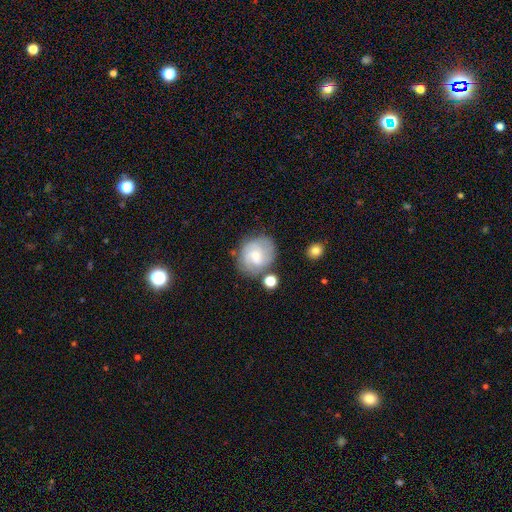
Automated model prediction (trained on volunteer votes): smooth-or-featured: featured or disk: 56% | smooth: 36% | star or artifact: 8%
  disk-edge-on: no: 97% | yes: 3%
    bar: no: 55% | weak: 39% | strong: 6%
    has-spiral-arms: yes: 84% | no: 16%
    bulge-size: small: 58% | moderate: 36% | none: 2% | large: 2% | dominant: 1%
  merging: none: 68% | minor disturbance: 18% | merger: 7% | major disturbance: 7%